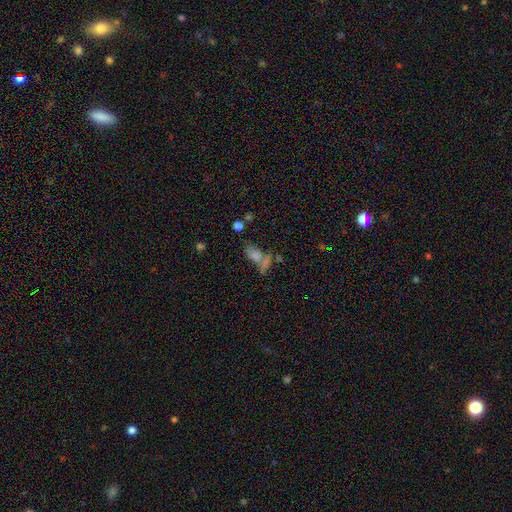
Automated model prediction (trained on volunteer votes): This appears to be a smooth galaxy with no disk features (66%) that is in between round and cigar-shaped (77%). Merging: none (38%).